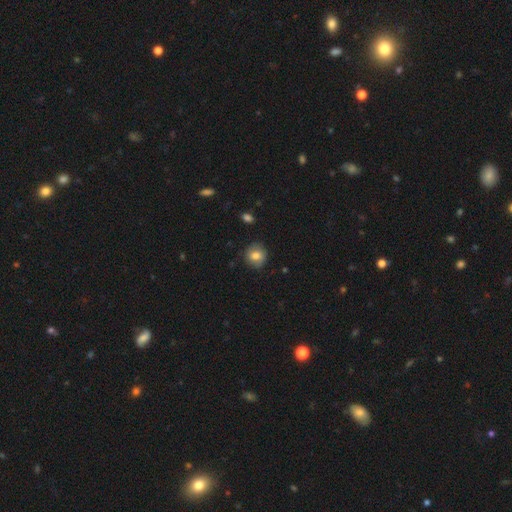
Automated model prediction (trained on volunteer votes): Overall: smooth (77%). How rounded: round (77%). Merging: none (82%).